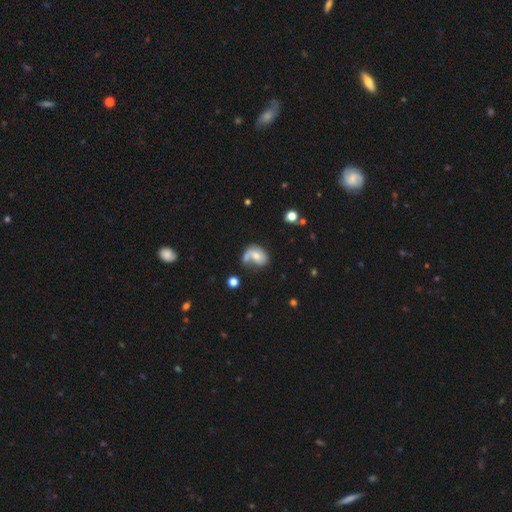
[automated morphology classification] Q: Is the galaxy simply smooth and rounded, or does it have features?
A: featured or disk — 51%.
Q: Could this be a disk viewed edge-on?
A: no — 97%.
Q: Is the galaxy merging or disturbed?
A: none — 33%.